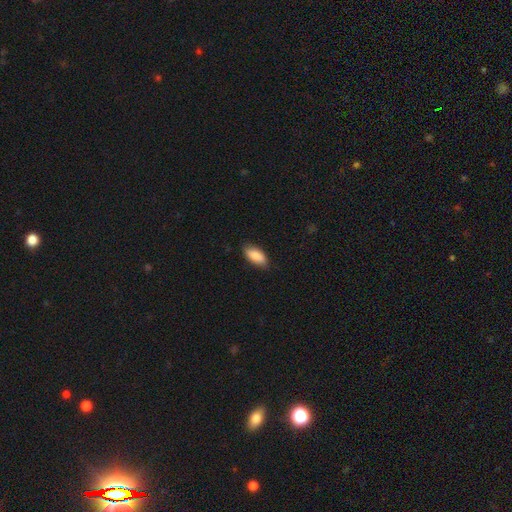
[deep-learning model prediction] smooth-or-featured: smooth: 88% | star or artifact: 6% | featured or disk: 6%
  how-rounded: in between: 90% | cigar-shaped: 8% | round: 2%
  merging: none: 81% | minor disturbance: 15% | major disturbance: 3% | merger: 1%